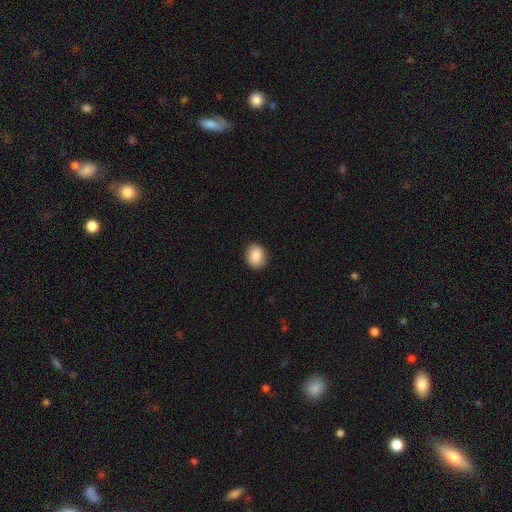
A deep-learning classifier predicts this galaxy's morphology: A smooth galaxy with no disk features (88%) that is round (55%). Merging: none (88%).